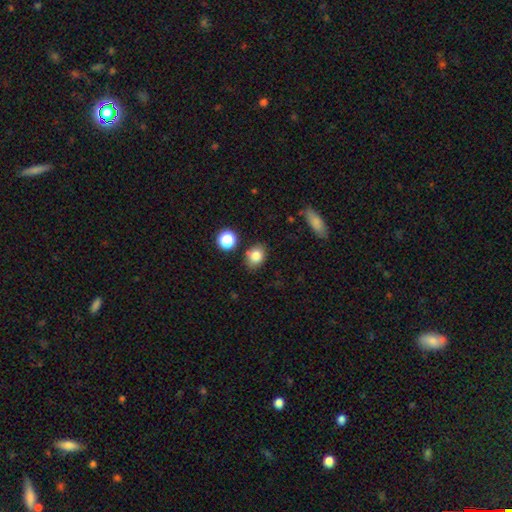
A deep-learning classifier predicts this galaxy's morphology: Smooth or featured? Predicted: smooth (p=0.82). How rounded? Predicted: in between (p=0.56). Merging? Predicted: none (p=0.77).